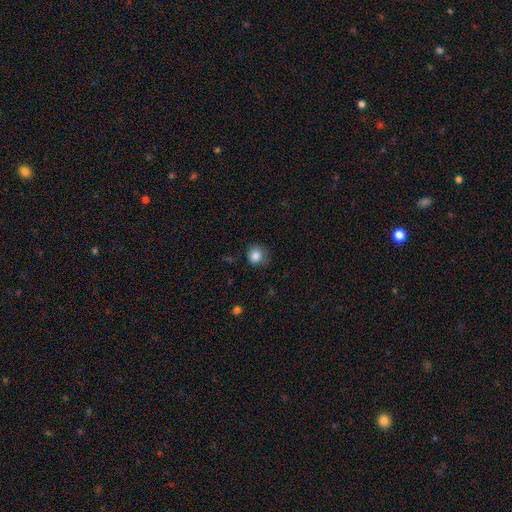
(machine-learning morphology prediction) Q: Smooth or featured?
A: smooth (85%); runner-up: star or artifact (10%)
Q: How rounded?
A: round (83%); runner-up: in between (16%)
Q: Merging?
A: none (66%); runner-up: minor disturbance (24%)